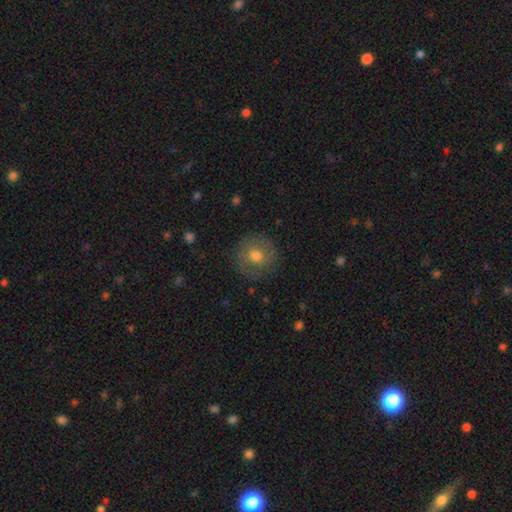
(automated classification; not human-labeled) Smooth or featured?
  - smooth: 57% *
  - featured or disk: 32%
  - star or artifact: 11%
How rounded?
  - round: 92% *
  - in between: 7%
  - cigar-shaped: 1%
Merging?
  - none: 86% *
  - minor disturbance: 10%
  - major disturbance: 4%
  - merger: 1%